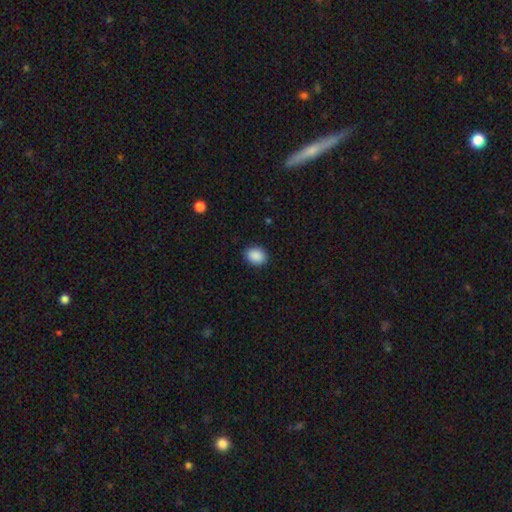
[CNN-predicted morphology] Smooth or featured?
  - smooth: 89% *
  - star or artifact: 8%
  - featured or disk: 3%
How rounded?
  - in between: 55% *
  - round: 44%
  - cigar-shaped: 1%
Merging?
  - none: 89% *
  - minor disturbance: 8%
  - major disturbance: 2%
  - merger: 1%